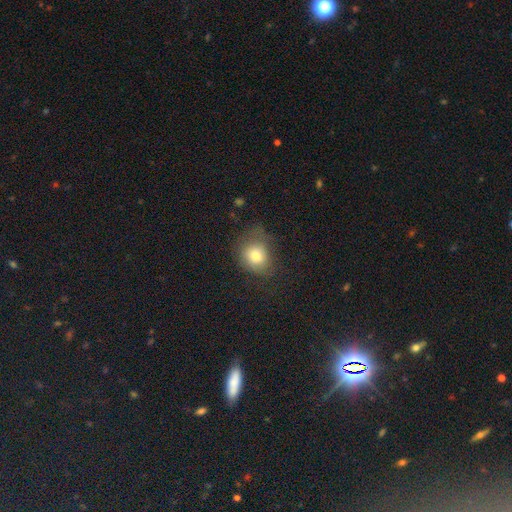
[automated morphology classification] Smooth or featured: smooth — 77% (featured or disk — 12%)
How rounded: round — 69% (in between — 30%)
Merging: none — 56% (minor disturbance — 27%)